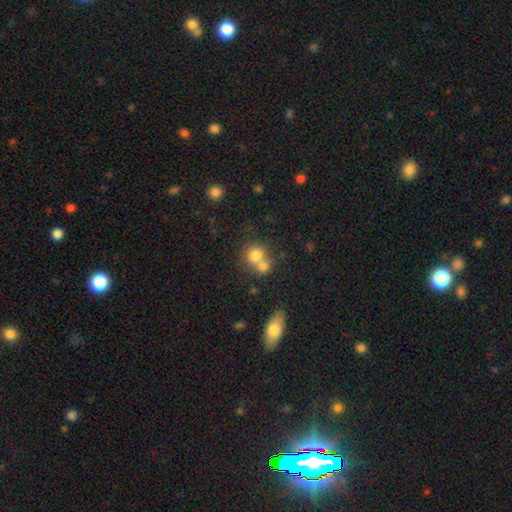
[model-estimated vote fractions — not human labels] smooth_or_featured: smooth (p=0.77) [alt: featured or disk p=0.12]
how_rounded: round (p=0.76) [alt: in between p=0.23]
merging: merger (p=0.53) [alt: none p=0.36]